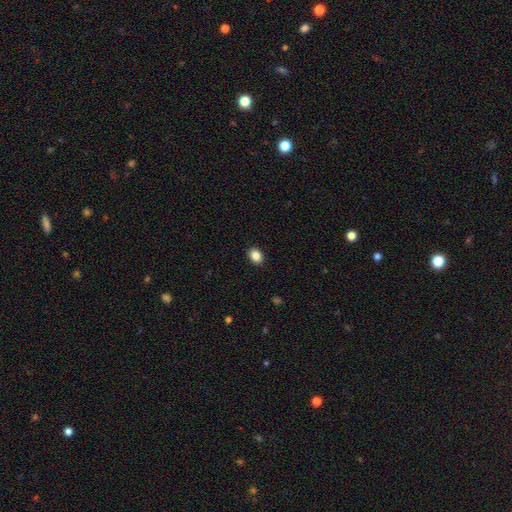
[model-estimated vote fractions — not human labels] The model was most divided on "how rounded": in between: 60%, round: 39%, cigar-shaped: 1%. More confident: merging — none (90%); smooth or featured — smooth (87%).